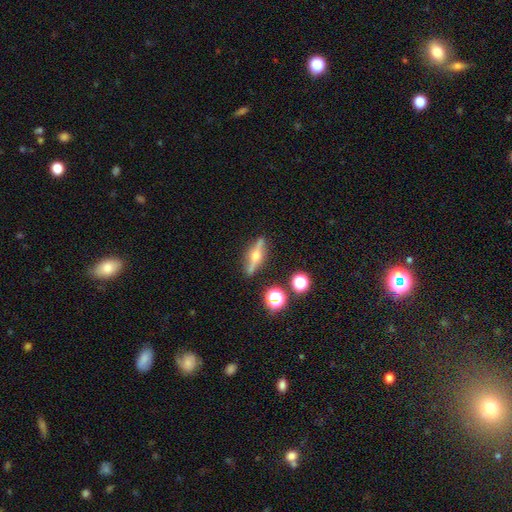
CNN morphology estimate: smooth-or-featured: featured or disk: 71% | smooth: 20% | star or artifact: 9%
  disk-edge-on: yes: 94% | no: 6%
    edge-on-bulge: rounded: 94% | boxy: 4% | none: 2%
  merging: none: 85% | minor disturbance: 10% | major disturbance: 3% | merger: 3%